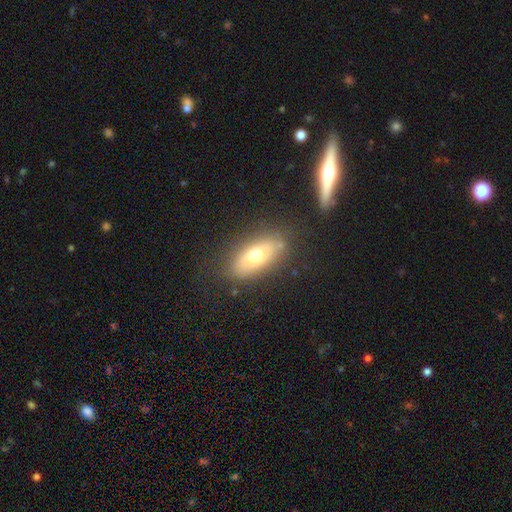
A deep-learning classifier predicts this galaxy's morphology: This is likely a smooth galaxy (62%). How rounded: likely in between (75%). Merging: likely none (75%).